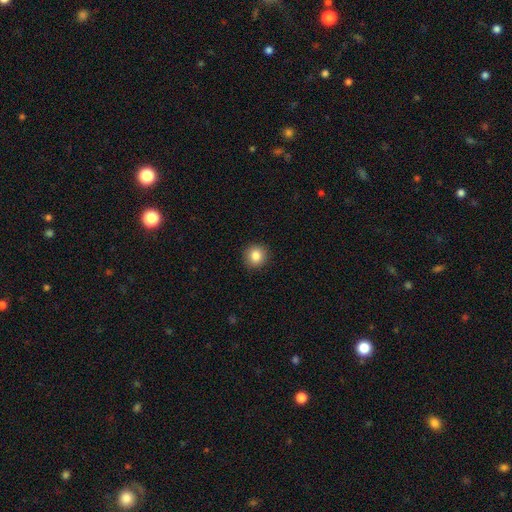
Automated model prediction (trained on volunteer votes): A smooth galaxy with no disk features (85%) that is round (92%). Merging: none (91%).